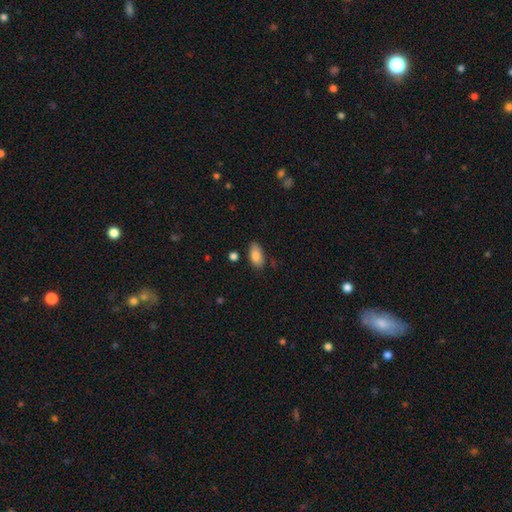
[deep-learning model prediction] Overall: smooth (84%). How rounded: in between (92%). Merging: none (75%).